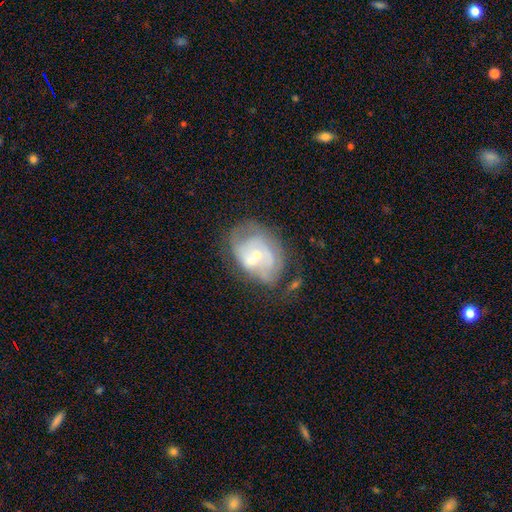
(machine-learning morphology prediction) smooth_or_featured: featured or disk (p=0.71) [alt: smooth p=0.21]
disk_edge_on: no (p=0.97) [alt: yes p=0.03]
bar: no (p=0.70) [alt: weak p=0.25]
has_spiral_arms: yes (p=0.72) [alt: no p=0.28]
bulge_size: small (p=0.60) [alt: moderate p=0.35]
merging: none (p=0.44) [alt: minor disturbance p=0.23]